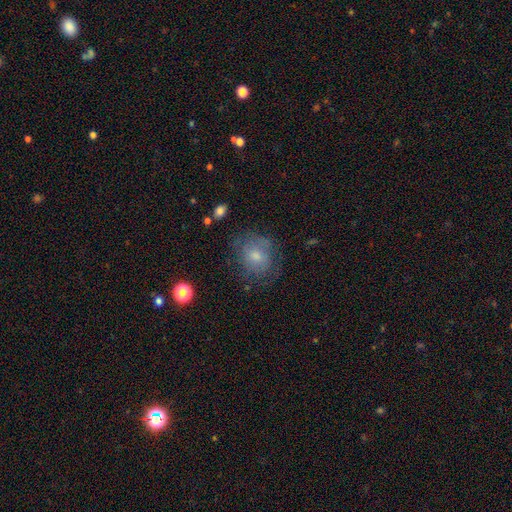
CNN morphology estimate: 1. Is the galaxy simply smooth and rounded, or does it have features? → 49% smooth, 36% featured or disk, 15% star or artifact.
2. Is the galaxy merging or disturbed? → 70% none, 19% minor disturbance, 10% major disturbance, 1% merger.